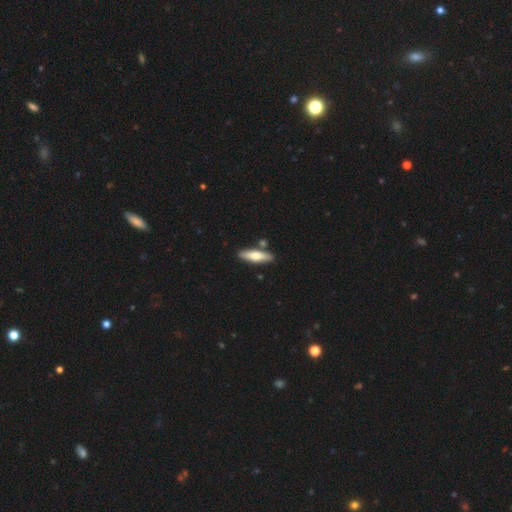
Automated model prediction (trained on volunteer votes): A smooth galaxy with no disk features (60%) that is cigar-shaped (60%).

Vote fractions:
- Smooth or featured? smooth: 60% / featured or disk: 35% / star or artifact: 5%
- How rounded? cigar-shaped: 60% / in between: 38% / round: 2%
- Merging? none: 82% / minor disturbance: 9% / merger: 7% / major disturbance: 2%